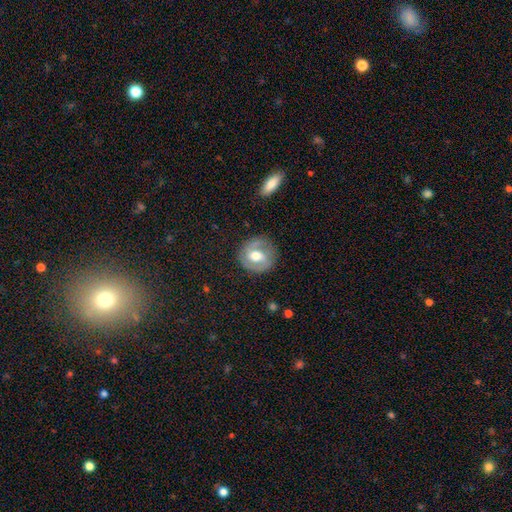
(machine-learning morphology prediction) A featured or disk galaxy (65%) with a weak bar (46%), spiral arms (79%) and a moderate central bulge (70%). Merging: none (79%).